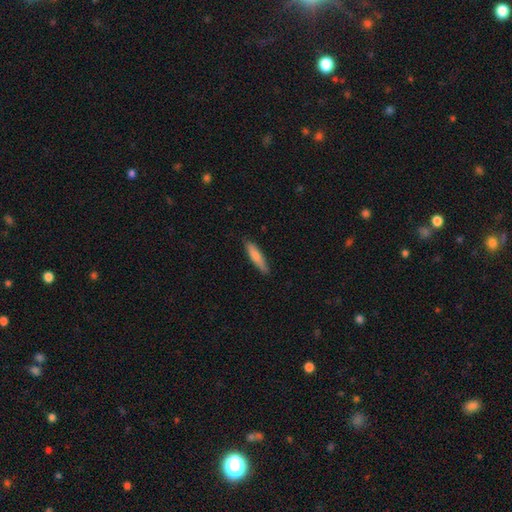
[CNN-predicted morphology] smooth-or-featured: smooth: 77% | featured or disk: 17% | star or artifact: 5%
  how-rounded: cigar-shaped: 83% | in between: 16% | round: 1%
  merging: none: 86% | minor disturbance: 11% | major disturbance: 2% | merger: 1%